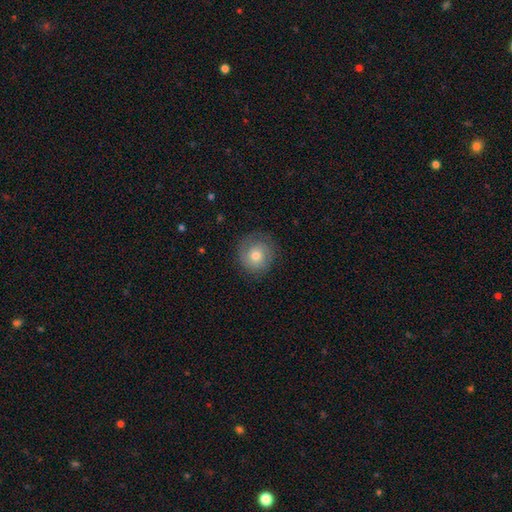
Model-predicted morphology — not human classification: smooth 59%, featured or disk 33%, star or artifact 8%. Down the decision tree: how rounded — round (91%); merging — none (81%).